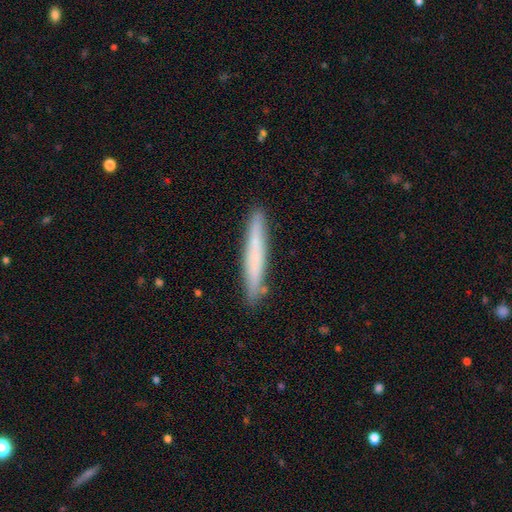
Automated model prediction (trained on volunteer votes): A smooth galaxy with no disk features (61%) that is cigar-shaped (96%). Merging: none (88%).